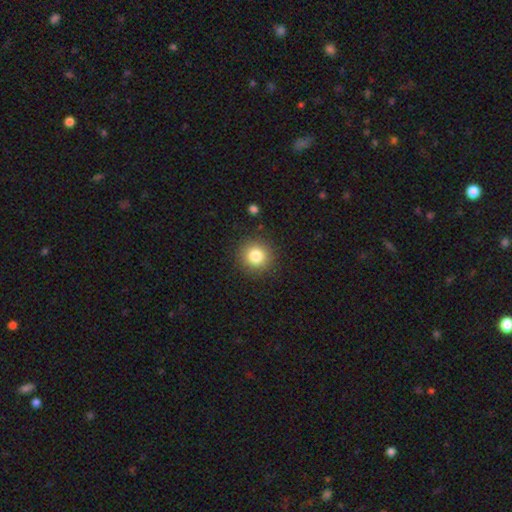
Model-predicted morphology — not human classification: This appears to be a smooth galaxy with no disk features (82%) that is round (94%). Merging: none (90%).